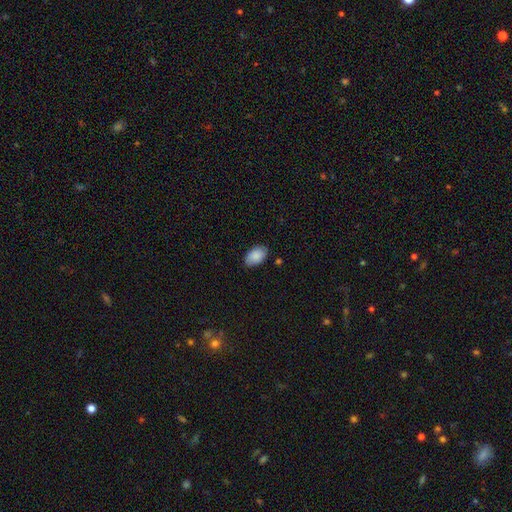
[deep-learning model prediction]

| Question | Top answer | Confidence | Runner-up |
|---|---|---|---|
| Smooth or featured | smooth | 88% | star or artifact (6%) |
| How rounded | in between | 92% | round (6%) |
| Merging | none | 83% | minor disturbance (13%) |